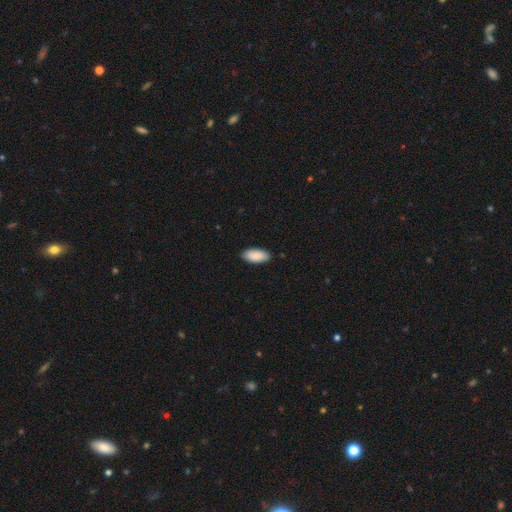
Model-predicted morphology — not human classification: Smooth or featured: smooth — 91% (star or artifact — 6%)
How rounded: in between — 92% (cigar-shaped — 6%)
Merging: none — 88% (minor disturbance — 9%)